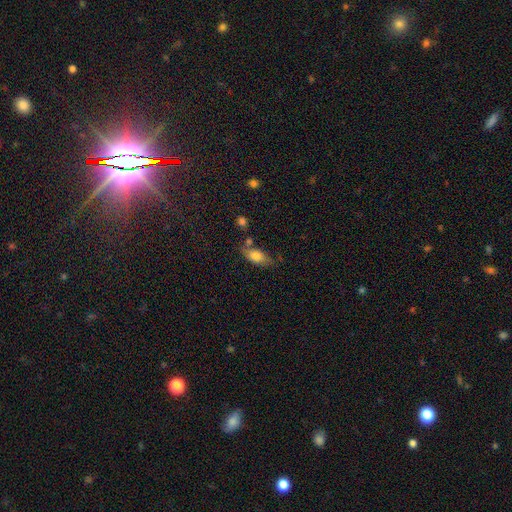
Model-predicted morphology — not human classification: smooth-or-featured: smooth: 74% | featured or disk: 18% | star or artifact: 8%
  how-rounded: in between: 81% | cigar-shaped: 14% | round: 5%
  merging: none: 59% | minor disturbance: 24% | merger: 10% | major disturbance: 7%